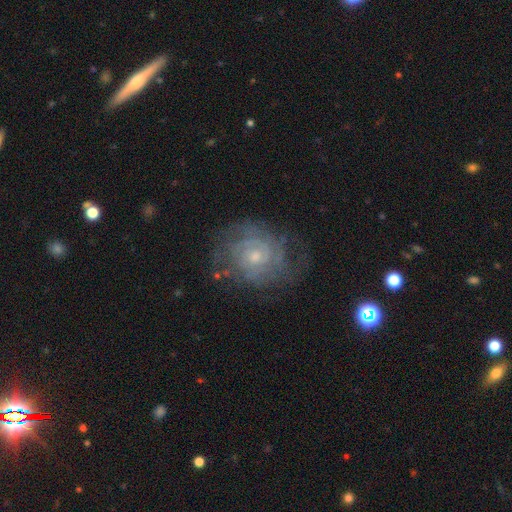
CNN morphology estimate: Overall: featured or disk (80%). Edge-on disk: no (97%). Bar: no (72%). Spiral arms: yes (90%). Spiral arm count: can't tell (45%; 2 25%). Spiral winding: tight (71%). Bulge size: small (54%; moderate 40%). Merging: none (69%).